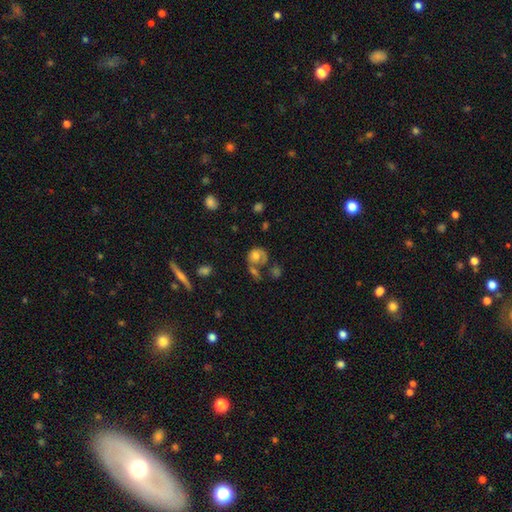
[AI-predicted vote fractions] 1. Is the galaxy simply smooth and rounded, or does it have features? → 55% smooth, 37% featured or disk, 9% star or artifact.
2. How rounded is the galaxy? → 64% round, 35% in between, 1% cigar-shaped.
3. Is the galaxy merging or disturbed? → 30% none, 27% merger, 24% major disturbance, 18% minor disturbance.